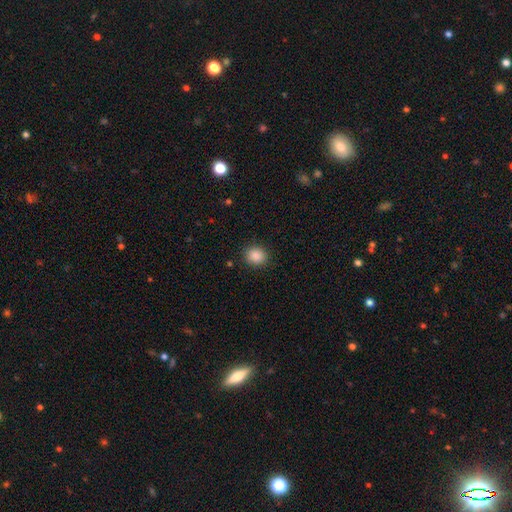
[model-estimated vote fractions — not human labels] This appears to be a smooth galaxy with no disk features (88%) that is round (72%). Merging: none (89%).